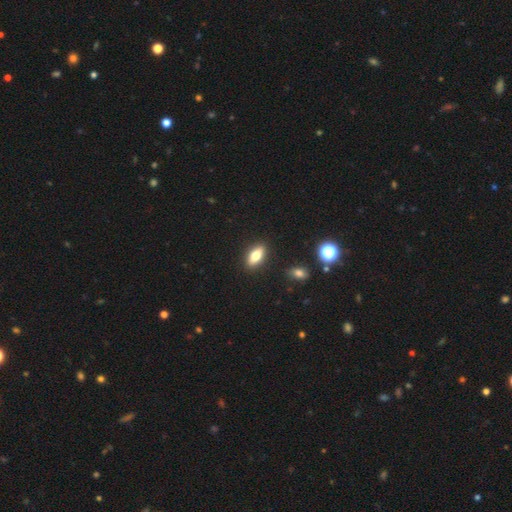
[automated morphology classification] A smooth galaxy with no disk features (68%) that is in between round and cigar-shaped (76%).

Vote fractions:
- Smooth or featured? smooth: 68% / featured or disk: 24% / star or artifact: 9%
- How rounded? in between: 76% / cigar-shaped: 19% / round: 5%
- Merging? none: 89% / minor disturbance: 8% / major disturbance: 2% / merger: 2%